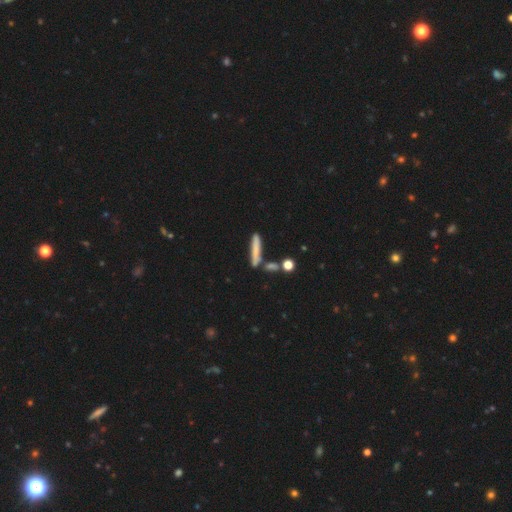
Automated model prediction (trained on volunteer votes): smooth_or_featured: smooth (p=0.70) [alt: featured or disk p=0.20]
how_rounded: cigar-shaped (p=0.89) [alt: in between p=0.08]
merging: none (p=0.67) [alt: minor disturbance p=0.14]